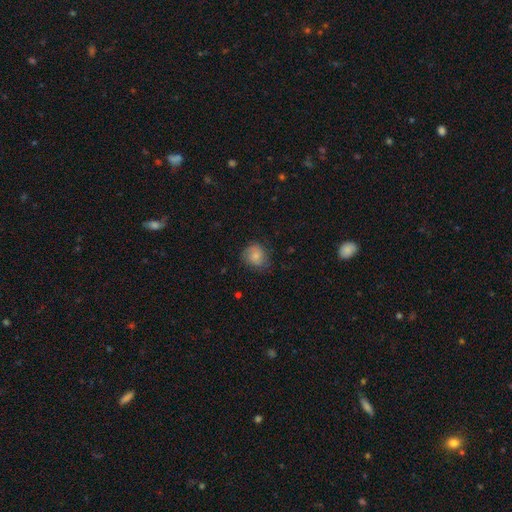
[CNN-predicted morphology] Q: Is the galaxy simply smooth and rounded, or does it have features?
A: smooth — 78%.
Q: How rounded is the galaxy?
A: round — 76%.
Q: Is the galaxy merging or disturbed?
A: none — 72%.